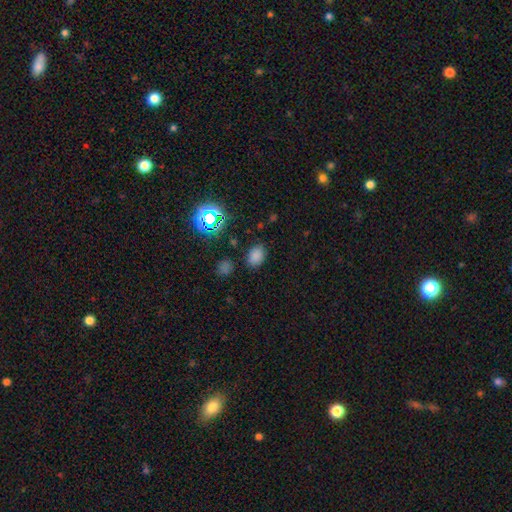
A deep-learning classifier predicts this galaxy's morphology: smooth 74%, star or artifact 21%, featured or disk 6%. Down the decision tree: how rounded — in between (73%); merging — none (80%).